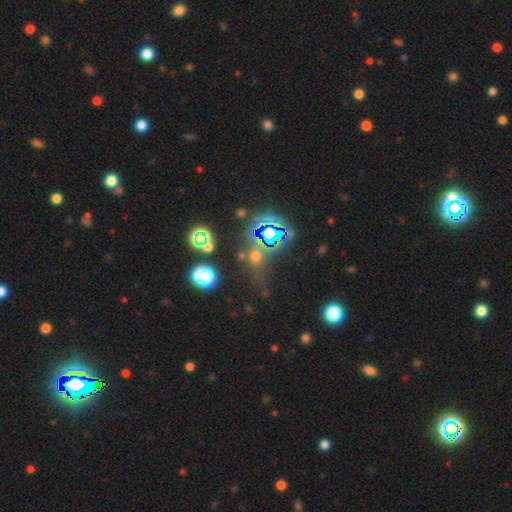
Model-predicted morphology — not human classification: Smooth or featured: star or artifact — 53% (smooth — 34%)